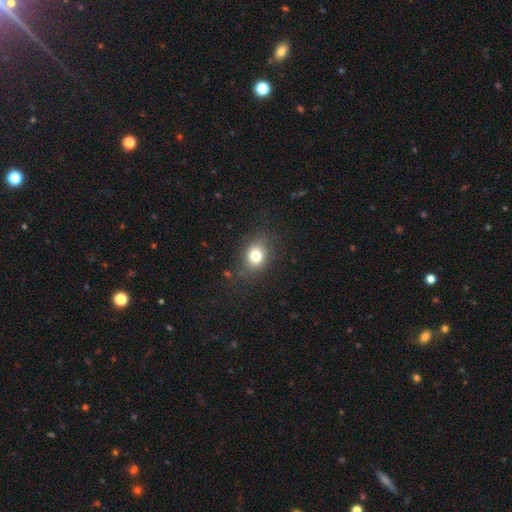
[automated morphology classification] This is likely a smooth galaxy (78%). How rounded: possibly in between (51%). Merging: likely none (80%).